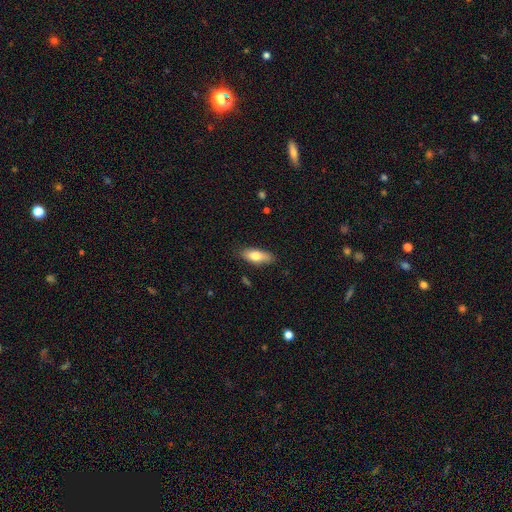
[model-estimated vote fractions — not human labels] Smooth or featured: smooth — 77% (featured or disk — 17%)
How rounded: in between — 76% (cigar-shaped — 22%)
Merging: none — 83% (minor disturbance — 13%)